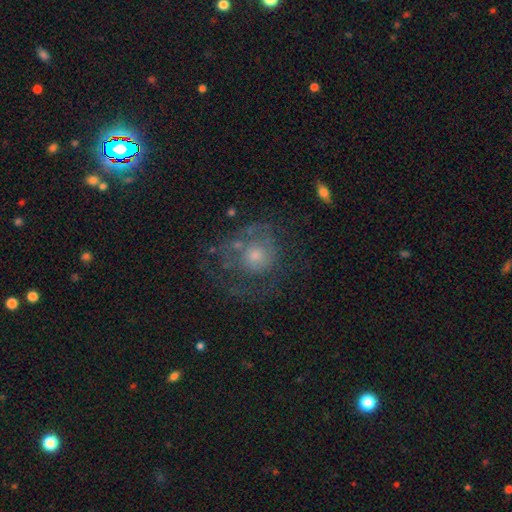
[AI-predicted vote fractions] The model was most divided on "smooth or featured": featured or disk: 50%, smooth: 39%, star or artifact: 11%. Remaining: merging — none (47%).